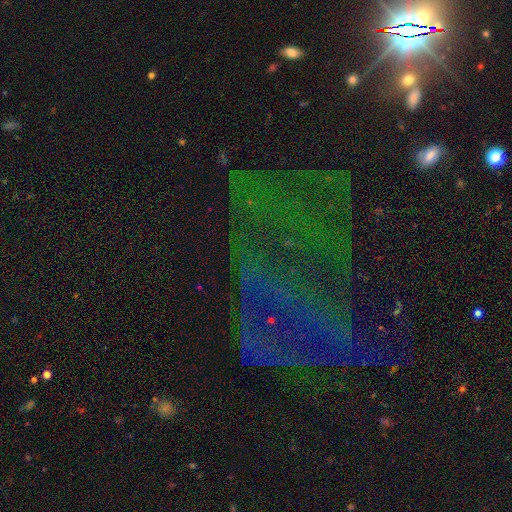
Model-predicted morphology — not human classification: smooth_or_featured: star or artifact (p=0.73) [alt: featured or disk p=0.14]